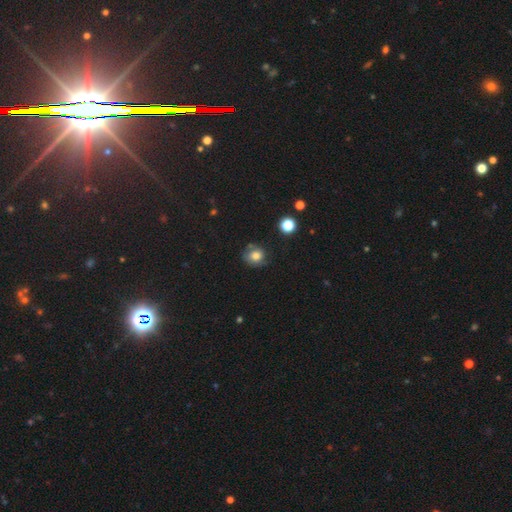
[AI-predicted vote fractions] smooth-or-featured: smooth: 73% | featured or disk: 16% | star or artifact: 11%
  how-rounded: round: 79% | in between: 21% | cigar-shaped: 1%
  merging: none: 63% | minor disturbance: 23% | major disturbance: 8% | merger: 6%